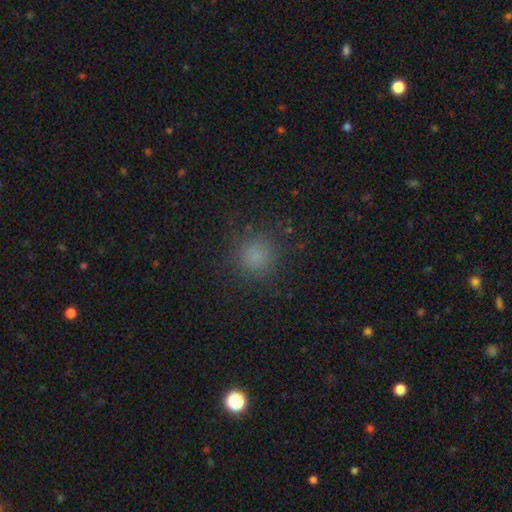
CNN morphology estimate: smooth_or_featured: smooth (p=0.78) [alt: star or artifact p=0.17]
how_rounded: round (p=0.92) [alt: in between p=0.07]
merging: none (p=0.86) [alt: minor disturbance p=0.09]